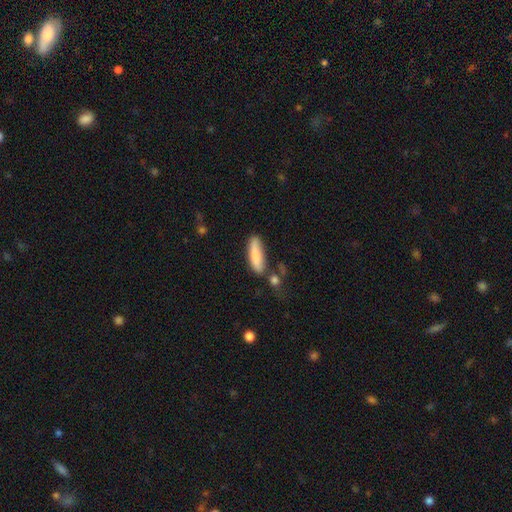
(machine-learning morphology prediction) A smooth galaxy with no disk features (84%) that is cigar-shaped (62%). Merging: none (66%).